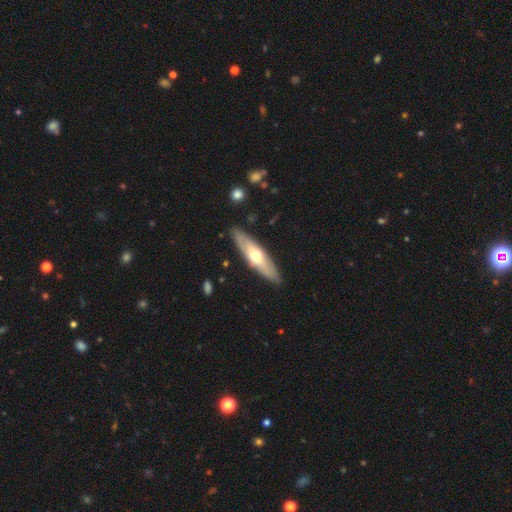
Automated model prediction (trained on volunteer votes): Smooth or featured?
  - featured or disk: 51% *
  - smooth: 44%
  - star or artifact: 5%
Edge-on disk?
  - yes: 67% *
  - no: 33%
Merging?
  - none: 88% *
  - minor disturbance: 9%
  - major disturbance: 2%
  - merger: 1%